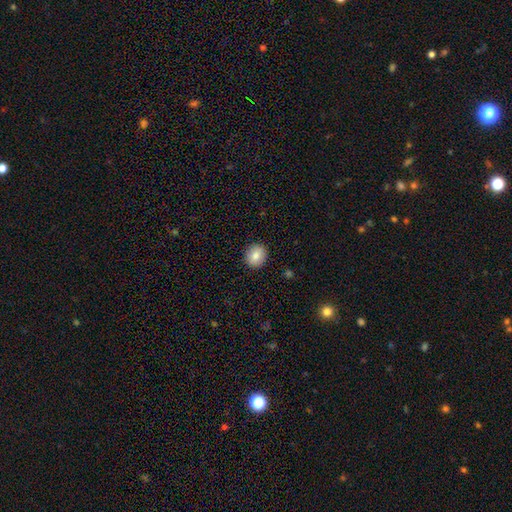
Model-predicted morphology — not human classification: The model was most divided on "how rounded": round: 85%, in between: 14%, cigar-shaped: 1%. More confident: merging — none (91%); smooth or featured — smooth (83%).